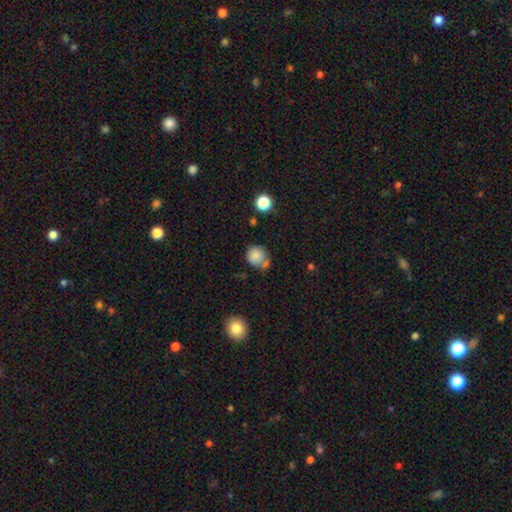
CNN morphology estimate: Smooth or featured? smooth (82%)
How rounded? round (78%)
Merging? none (53%)